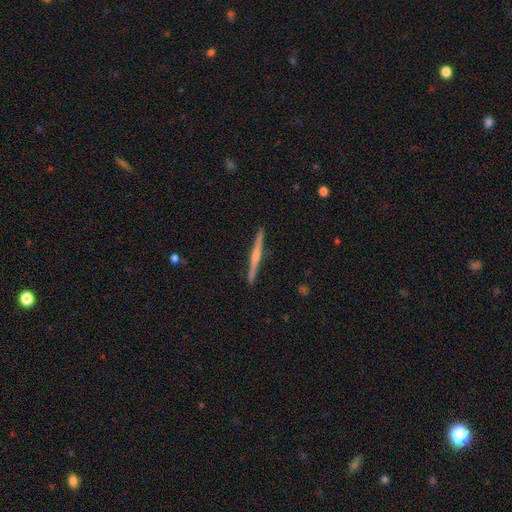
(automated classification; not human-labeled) A featured or disk galaxy (68%) viewed edge-on (99%) with a rounded central bulge (59%). Merging: none (93%).